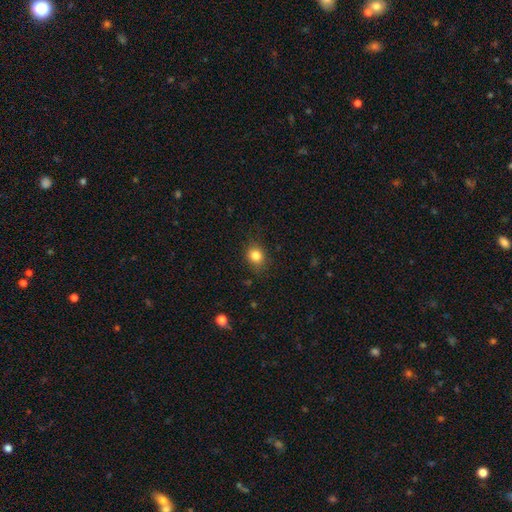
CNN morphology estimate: smooth 83%, star or artifact 11%, featured or disk 6%. Down the decision tree: how rounded — round (70%); merging — none (82%).